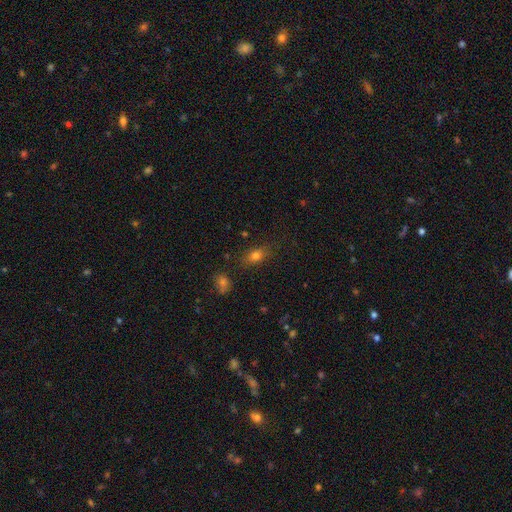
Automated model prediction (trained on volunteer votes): A smooth galaxy with no disk features (76%) that is in between round and cigar-shaped (71%).

Vote fractions:
- Smooth or featured? smooth: 76% / star or artifact: 13% / featured or disk: 11%
- How rounded? in between: 71% / round: 25% / cigar-shaped: 5%
- Merging? none: 79% / minor disturbance: 14% / major disturbance: 4% / merger: 3%